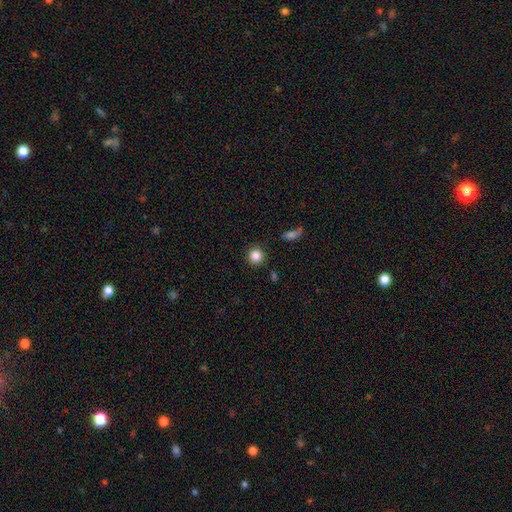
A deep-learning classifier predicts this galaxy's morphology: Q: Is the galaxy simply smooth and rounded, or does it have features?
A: smooth — 85%.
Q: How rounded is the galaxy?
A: round — 92%.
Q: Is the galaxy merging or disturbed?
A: none — 89%.